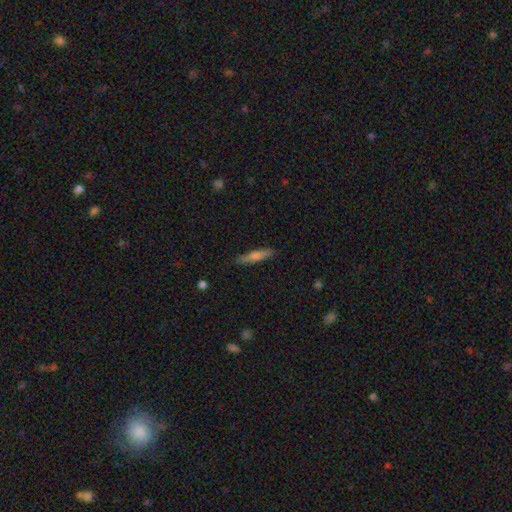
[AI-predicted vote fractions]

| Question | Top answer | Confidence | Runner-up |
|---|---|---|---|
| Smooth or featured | smooth | 52% | featured or disk (41%) |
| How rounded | cigar-shaped | 89% | in between (9%) |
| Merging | none | 88% | minor disturbance (9%) |